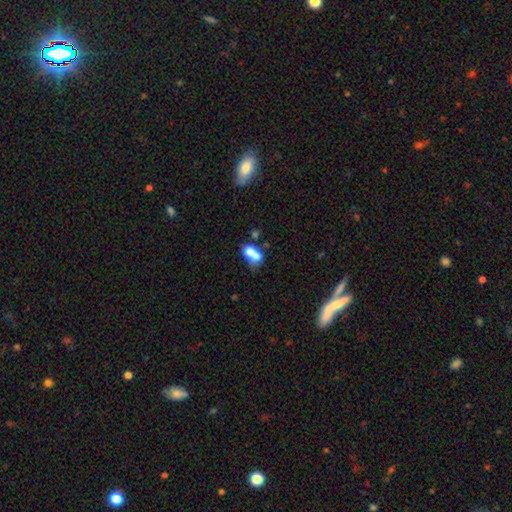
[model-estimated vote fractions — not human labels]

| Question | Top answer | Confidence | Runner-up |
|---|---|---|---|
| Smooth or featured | smooth | 68% | featured or disk (21%) |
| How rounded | in between | 79% | round (14%) |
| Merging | merger | 53% | none (22%) |